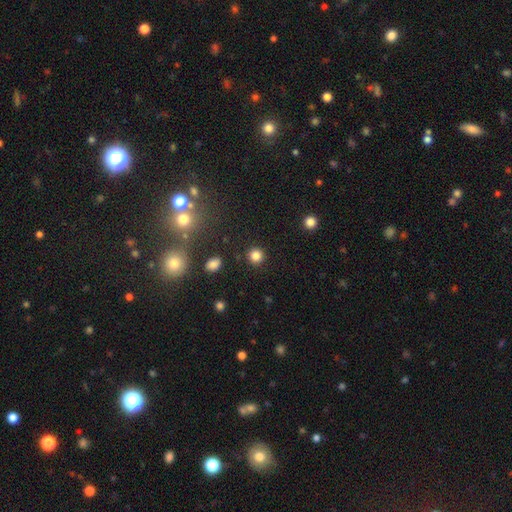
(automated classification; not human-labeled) Q: Smooth or featured?
A: smooth (83%); runner-up: star or artifact (13%)
Q: How rounded?
A: round (92%); runner-up: in between (7%)
Q: Merging?
A: none (89%); runner-up: minor disturbance (6%)